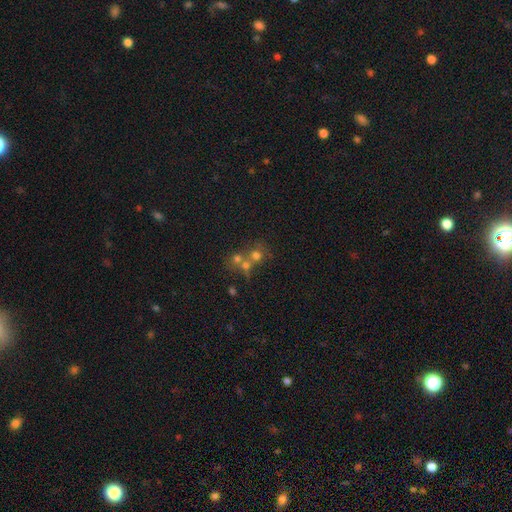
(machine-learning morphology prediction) smooth 57%, featured or disk 23%, star or artifact 20%. Down the decision tree: how rounded — round (83%); merging — merger (54%).